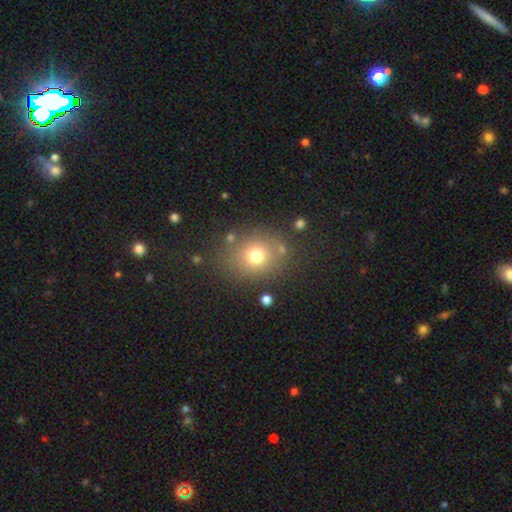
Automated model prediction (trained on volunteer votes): A smooth galaxy with no disk features (72%) that is round (65%).

Vote fractions:
- Smooth or featured? smooth: 72% / star or artifact: 16% / featured or disk: 12%
- How rounded? round: 65% / in between: 34% / cigar-shaped: 1%
- Merging? none: 78% / minor disturbance: 12% / major disturbance: 5% / merger: 5%